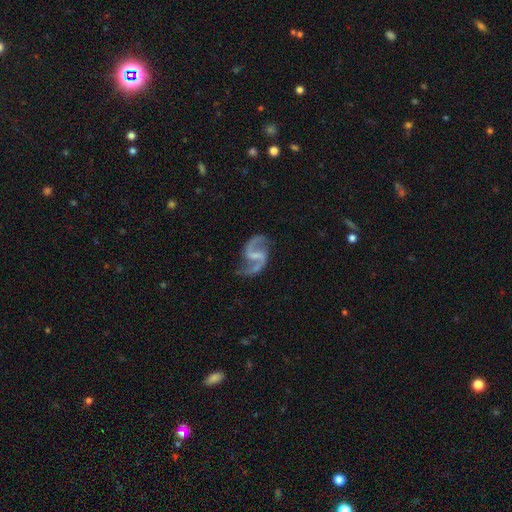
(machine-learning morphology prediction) smooth-or-featured: featured or disk: 92% | star or artifact: 4% | smooth: 4%
  disk-edge-on: no: 98% | yes: 2%
    bar: weak: 48% | strong: 35% | no: 17%
    has-spiral-arms: yes: 97% | no: 3%
      spiral-winding: loose: 48% | medium: 44% | tight: 7%
      spiral-arm-count: 2: 94% | can't tell: 2% | 1: 1% | 3: 1% | 4: 1% | more than 4: 1%
    bulge-size: none: 54% | small: 31% | moderate: 13% | large: 2% | dominant: 1%
  merging: none: 77% | minor disturbance: 14% | major disturbance: 7% | merger: 2%